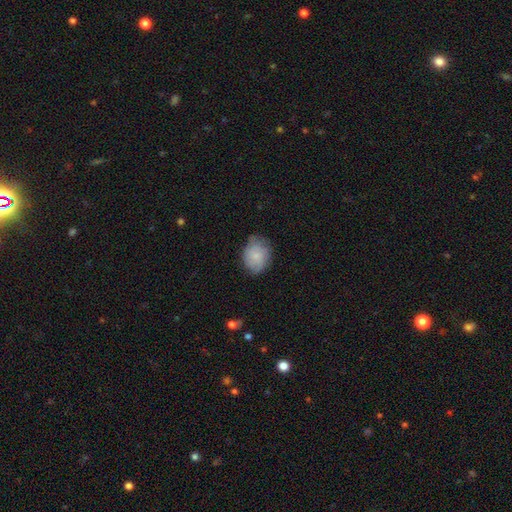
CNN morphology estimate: This is likely a smooth galaxy (71%). How rounded: possibly in between (53%). Merging: likely none (65%).